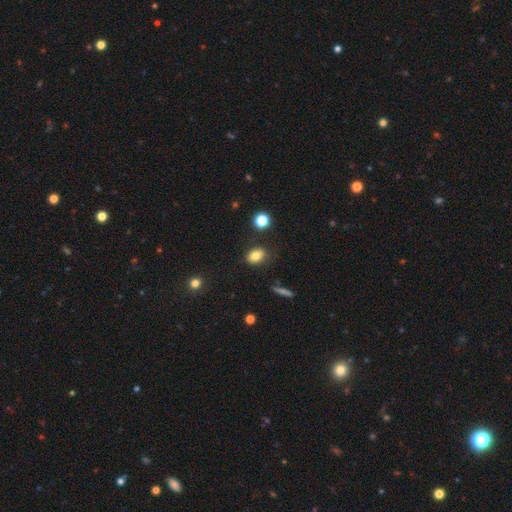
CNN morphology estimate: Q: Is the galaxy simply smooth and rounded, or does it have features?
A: smooth — 80%.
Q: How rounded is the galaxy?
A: in between — 71%.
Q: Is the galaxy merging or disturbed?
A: none — 82%.